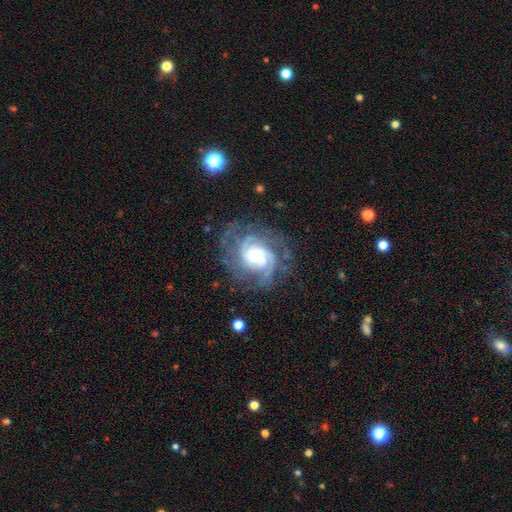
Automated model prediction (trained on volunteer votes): Smooth or featured?
  - featured or disk: 86% *
  - smooth: 7%
  - star or artifact: 6%
Edge-on disk?
  - no: 98% *
  - yes: 2%
Bar?
  - no: 70% *
  - weak: 24%
  - strong: 6%
Spiral arms?
  - yes: 97% *
  - no: 3%
Spiral winding?
  - tight: 61% *
  - medium: 32%
  - loose: 7%
Spiral arm count?
  - can't tell: 26% * (tied)
  - 3: 26% * (tied)
  - 2: 18%
  - 4: 15%
  - more than 4: 8%
  - 1: 7%
Bulge size?
  - moderate: 43% *
  - large: 28%
  - small: 24%
  - dominant: 3%
  - none: 2%
Merging?
  - none: 72% *
  - minor disturbance: 16%
  - major disturbance: 10%
  - merger: 1%